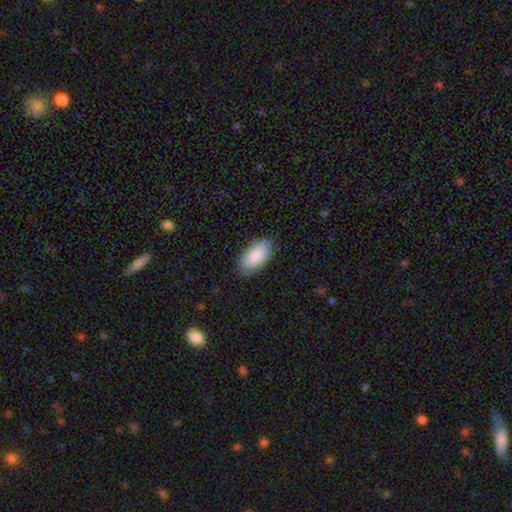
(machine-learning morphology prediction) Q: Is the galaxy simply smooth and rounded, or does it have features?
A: smooth — 88%.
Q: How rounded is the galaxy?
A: in between — 95%.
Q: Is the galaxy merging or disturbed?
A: none — 82%.